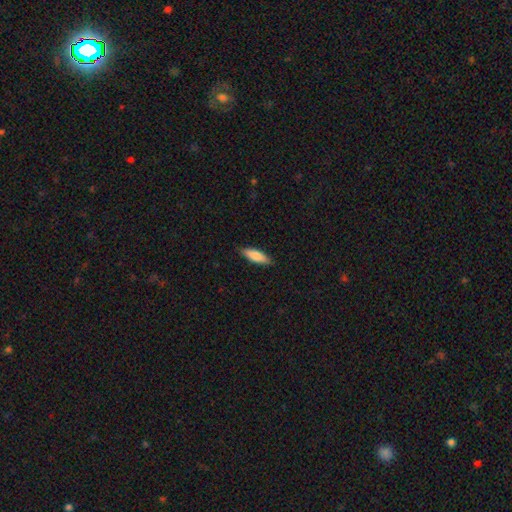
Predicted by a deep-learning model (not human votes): This appears to be a smooth galaxy with no disk features (82%) that is in between round and cigar-shaped (51%). Merging: none (87%).